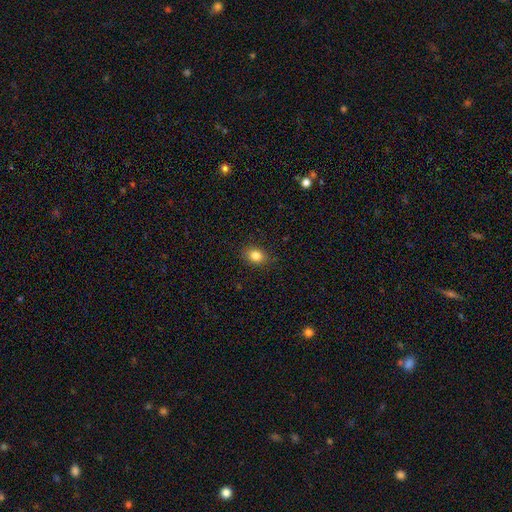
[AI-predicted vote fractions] Overall: smooth (84%). How rounded: in between (61%; round 38%). Merging: none (87%).